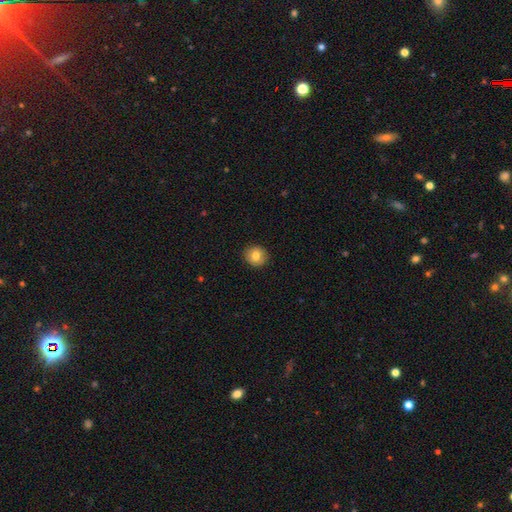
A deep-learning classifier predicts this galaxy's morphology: The model was most divided on "smooth or featured": smooth: 80%, featured or disk: 11%, star or artifact: 9%. More confident: merging — none (91%); how rounded — round (86%).